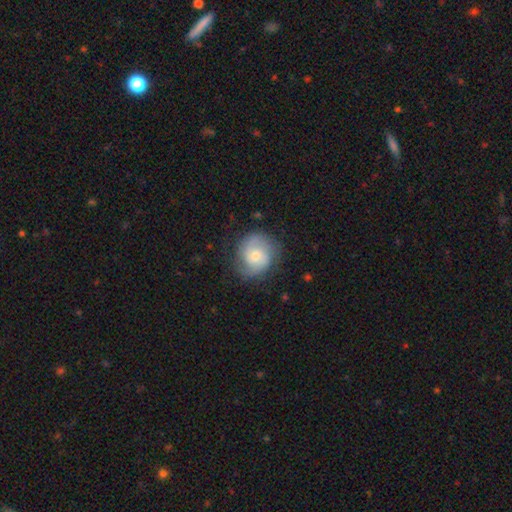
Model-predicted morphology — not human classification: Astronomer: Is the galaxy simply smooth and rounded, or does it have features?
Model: featured or disk — 63%.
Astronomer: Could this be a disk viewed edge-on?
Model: no — 98%.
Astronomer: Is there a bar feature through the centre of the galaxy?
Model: no — 62%.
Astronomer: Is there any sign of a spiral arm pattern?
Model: yes — 91%.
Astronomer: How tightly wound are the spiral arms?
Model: medium — 43% (runner-up: tight, 41%).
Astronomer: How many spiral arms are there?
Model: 2 — 74%.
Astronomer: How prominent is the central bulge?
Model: small — 48% (runner-up: moderate, 42%).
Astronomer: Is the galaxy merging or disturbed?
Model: none — 75%.